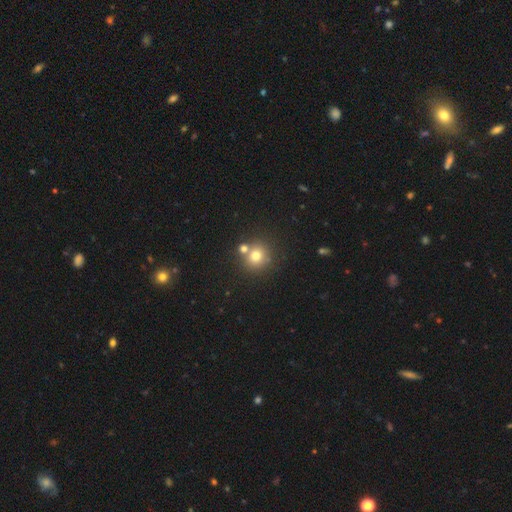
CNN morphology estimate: Smooth or featured? smooth (74%)
How rounded? round (89%)
Merging? none (65%)